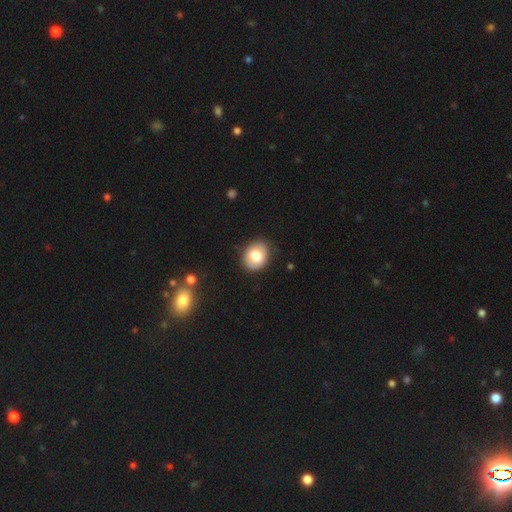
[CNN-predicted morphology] smooth-or-featured: smooth: 74% | featured or disk: 18% | star or artifact: 8%
  how-rounded: round: 50% | in between: 49% | cigar-shaped: 1%
  merging: none: 83% | minor disturbance: 13% | major disturbance: 3% | merger: 1%